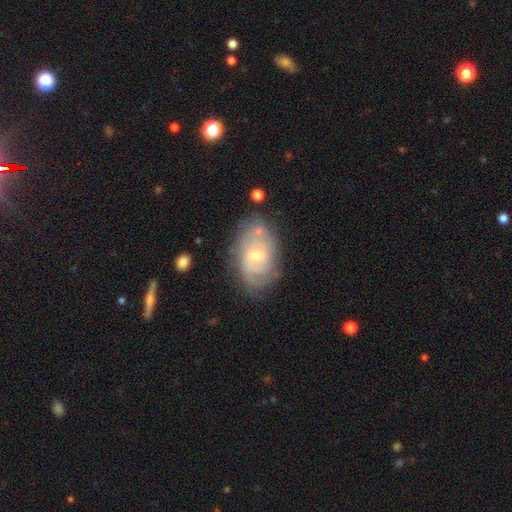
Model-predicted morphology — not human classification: A featured or disk galaxy (72%) with no bar (56%), tight (58%) spiral arms (87%) and a small central bulge (53%). Merging: none (67%).